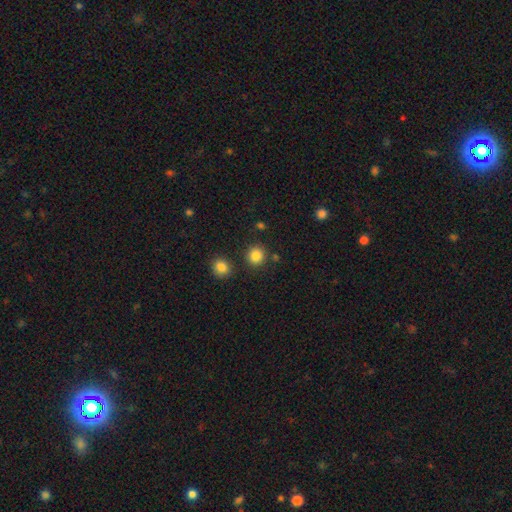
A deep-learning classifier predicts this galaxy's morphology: Smooth or featured?
  - smooth: 85% *
  - star or artifact: 11%
  - featured or disk: 4%
How rounded?
  - round: 90% *
  - in between: 9%
  - cigar-shaped: 1%
Merging?
  - none: 86% *
  - minor disturbance: 7%
  - merger: 5%
  - major disturbance: 3%